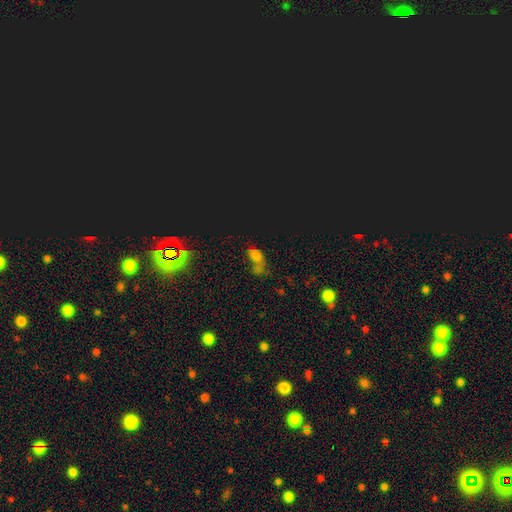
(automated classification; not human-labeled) Smooth or featured? smooth (51%)
How rounded? in between (73%)
Merging? merger (40%)